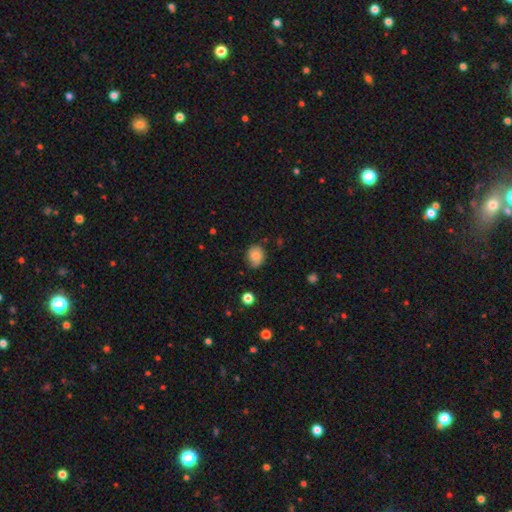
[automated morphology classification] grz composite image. It shows a smooth galaxy with no disk features (81%) that is round (54%). Merging: none (65%).